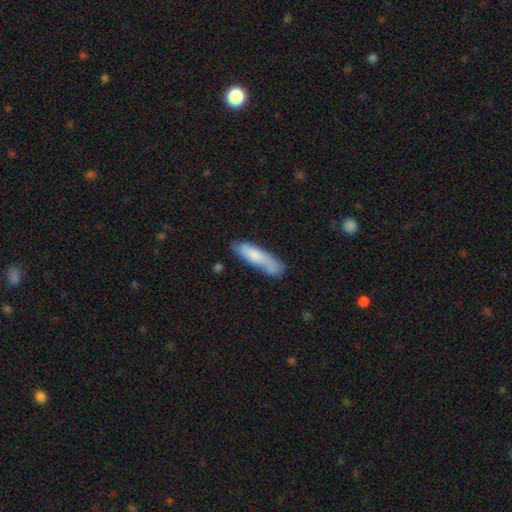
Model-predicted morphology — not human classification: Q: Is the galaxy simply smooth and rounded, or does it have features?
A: smooth — 71%.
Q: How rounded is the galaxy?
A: cigar-shaped — 74%.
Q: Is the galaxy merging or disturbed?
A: none — 60%.